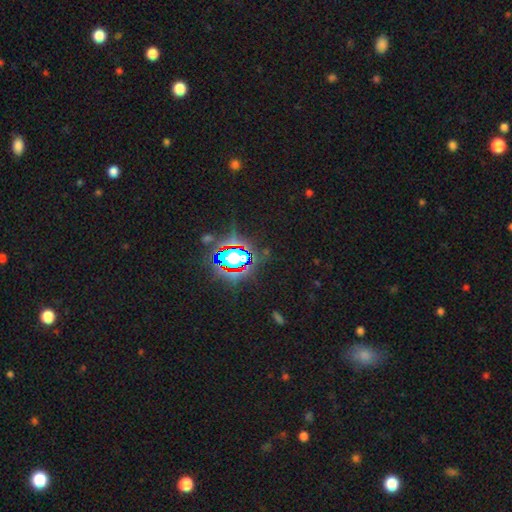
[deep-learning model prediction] Smooth or featured? Predicted: star or artifact (p=0.80).